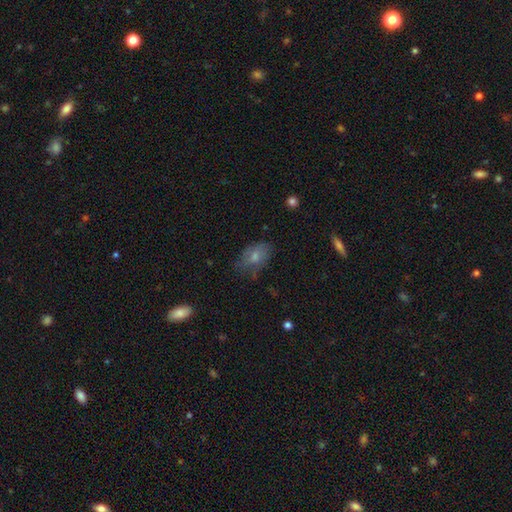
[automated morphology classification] Smooth or featured? Predicted: smooth (p=0.58). How rounded? Predicted: in between (p=0.85). Merging? Predicted: none (p=0.62).